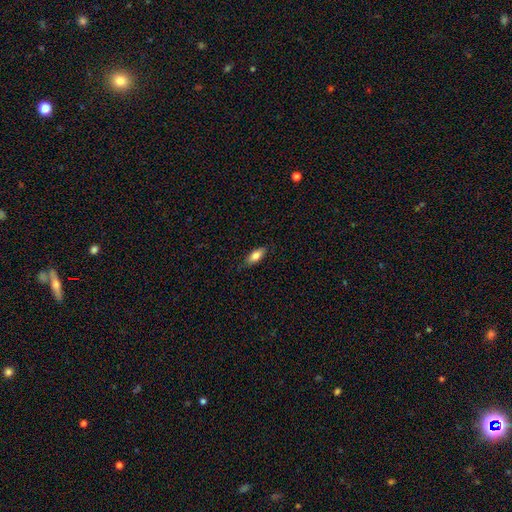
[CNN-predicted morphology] A smooth galaxy with no disk features (80%) that is in between round and cigar-shaped (81%). Merging: none (83%).